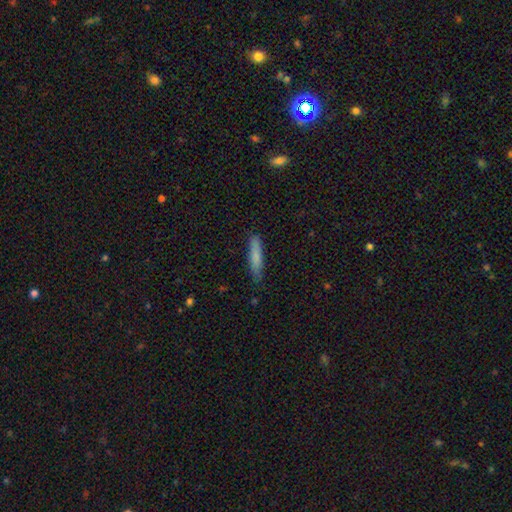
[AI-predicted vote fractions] Smooth or featured? Predicted: smooth (p=0.78). How rounded? Predicted: cigar-shaped (p=0.88). Merging? Predicted: none (p=0.80).